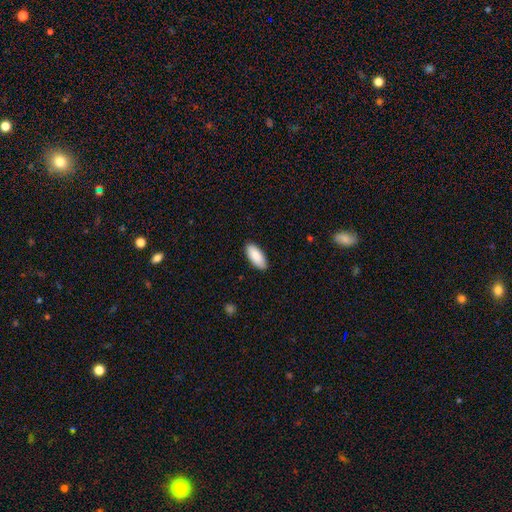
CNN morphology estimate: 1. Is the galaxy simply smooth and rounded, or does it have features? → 89% smooth, 5% star or artifact, 5% featured or disk.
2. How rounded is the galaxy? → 86% in between, 12% cigar-shaped, 2% round.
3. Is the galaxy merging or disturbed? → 89% none, 8% minor disturbance, 2% major disturbance, 1% merger.